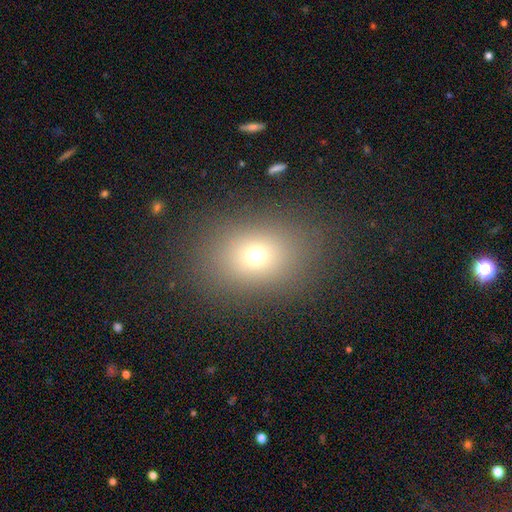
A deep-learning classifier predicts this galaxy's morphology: smooth 69%, star or artifact 19%, featured or disk 12%. Down the decision tree: how rounded — in between (56%); merging — none (84%).